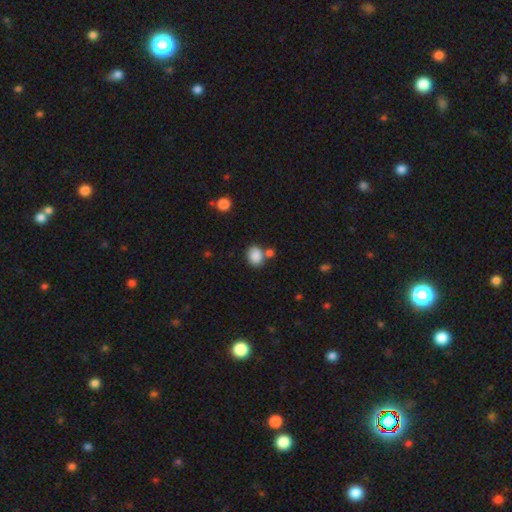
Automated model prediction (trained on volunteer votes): A smooth galaxy with no disk features (87%) that is in between round and cigar-shaped (58%). Merging: none (64%).